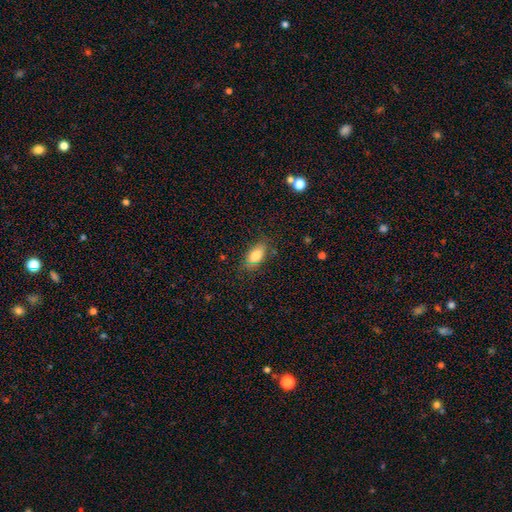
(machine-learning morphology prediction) This appears to be a smooth galaxy with no disk features (80%) that is in between round and cigar-shaped (88%). Merging: none (78%).